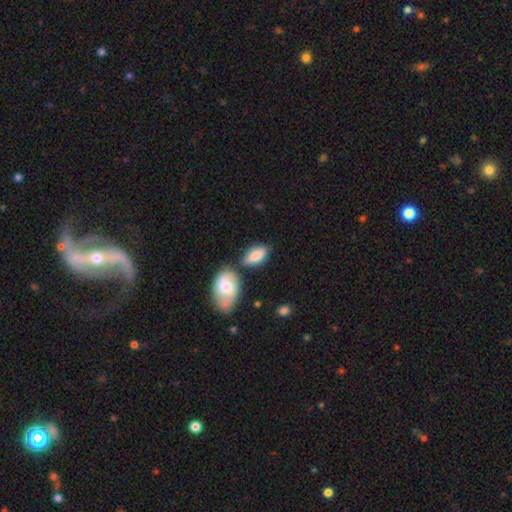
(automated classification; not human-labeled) smooth 78%, featured or disk 15%, star or artifact 6%. Down the decision tree: how rounded — in between (89%); merging — none (58%).